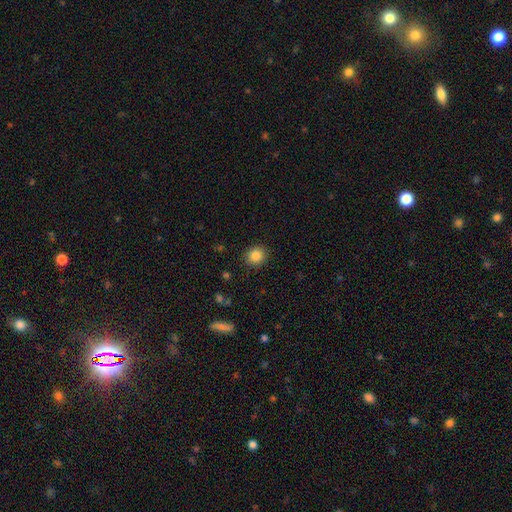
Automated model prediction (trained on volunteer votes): The model was most divided on "how rounded": round: 85%, in between: 14%, cigar-shaped: 1%. More confident: merging — none (90%); smooth or featured — smooth (85%).